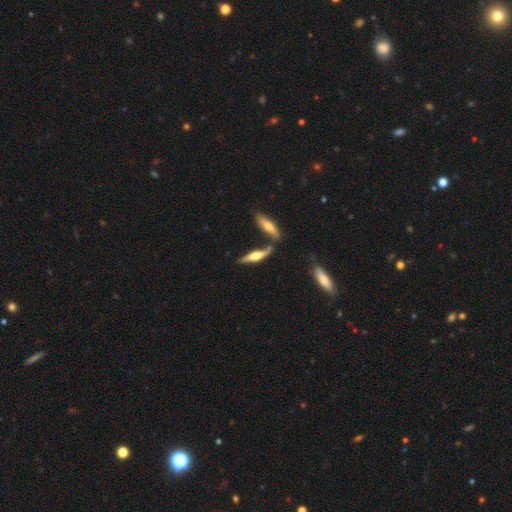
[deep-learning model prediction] A featured or disk galaxy (63%) viewed edge-on (93%) with a rounded central bulge (91%).

Vote fractions:
- Smooth or featured? featured or disk: 63% / smooth: 31% / star or artifact: 6%
- Edge-on disk? yes: 93% / no: 7%
- Edge-on bulge? rounded: 91% / boxy: 6% / none: 3%
- Merging? none: 60% / merger: 21% / minor disturbance: 14% / major disturbance: 5%